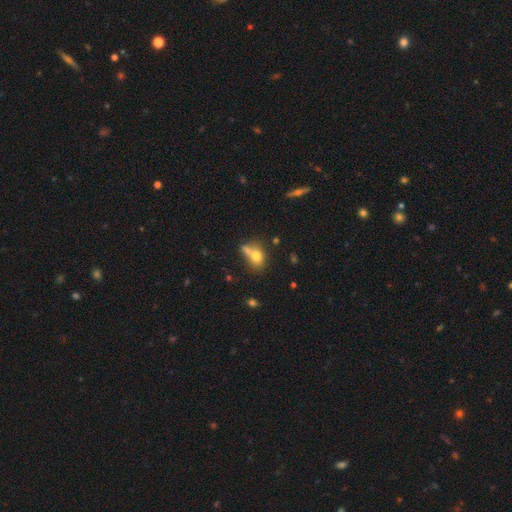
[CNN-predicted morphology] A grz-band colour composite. It shows a smooth galaxy with no disk features (71%) that is in between round and cigar-shaped (56%). Merging: merger (41%).